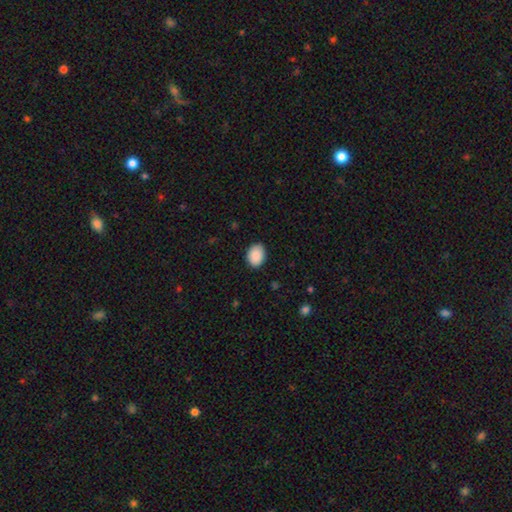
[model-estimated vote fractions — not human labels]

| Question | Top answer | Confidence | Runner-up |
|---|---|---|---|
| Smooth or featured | smooth | 91% | star or artifact (7%) |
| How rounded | in between | 70% | round (29%) |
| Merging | none | 88% | minor disturbance (9%) |